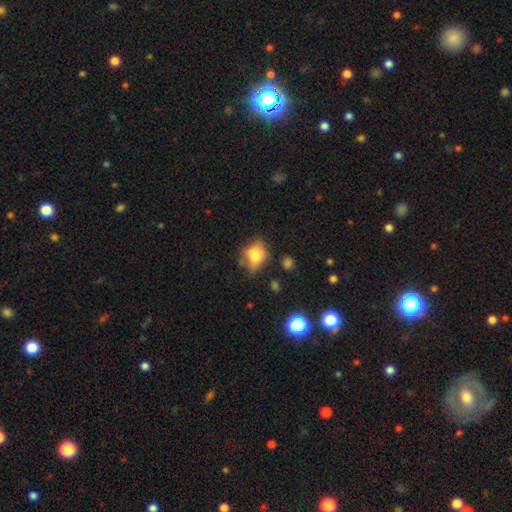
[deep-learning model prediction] Q: Smooth or featured?
A: smooth (76%); runner-up: featured or disk (14%)
Q: How rounded?
A: in between (55%); runner-up: round (44%)
Q: Merging?
A: none (57%); runner-up: minor disturbance (29%)